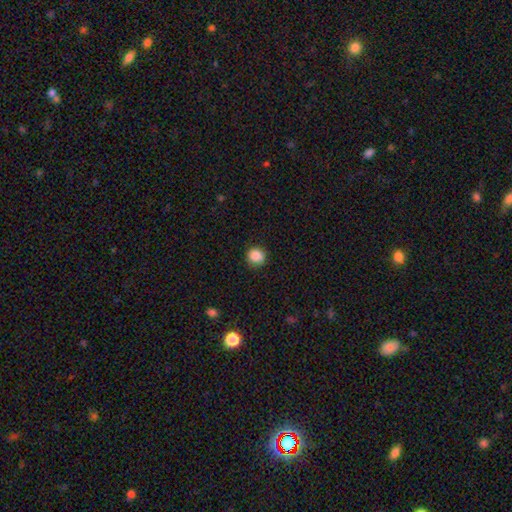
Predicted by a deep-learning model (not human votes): smooth_or_featured: smooth (p=0.87) [alt: star or artifact p=0.10]
how_rounded: round (p=0.91) [alt: in between p=0.08]
merging: none (p=0.89) [alt: minor disturbance p=0.08]